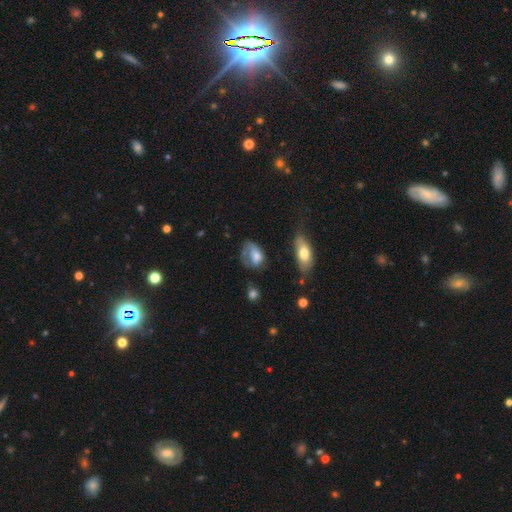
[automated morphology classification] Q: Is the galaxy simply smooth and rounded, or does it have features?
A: smooth — 58%.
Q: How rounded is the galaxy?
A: in between — 79%.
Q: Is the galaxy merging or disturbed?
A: major disturbance — 40%.